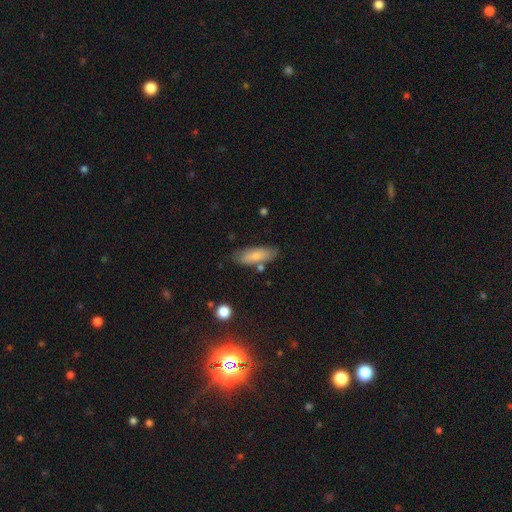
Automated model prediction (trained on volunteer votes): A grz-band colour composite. It shows a smooth galaxy with no disk features (76%) that is in between round and cigar-shaped (65%). Merging: none (72%).